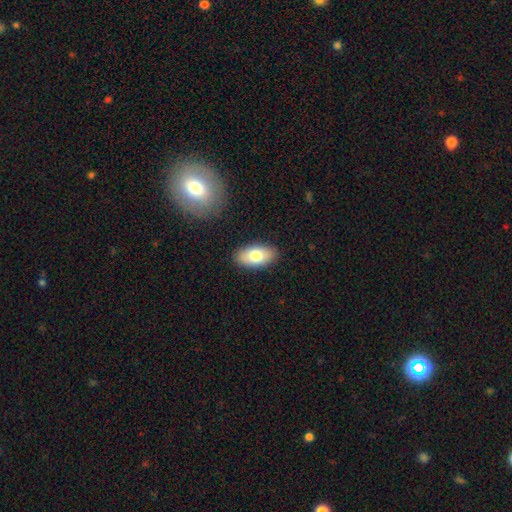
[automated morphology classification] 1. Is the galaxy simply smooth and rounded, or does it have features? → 75% smooth, 18% featured or disk, 7% star or artifact.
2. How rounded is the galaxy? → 93% in between, 4% round, 3% cigar-shaped.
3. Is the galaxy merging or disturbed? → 88% none, 9% minor disturbance, 2% major disturbance, 1% merger.